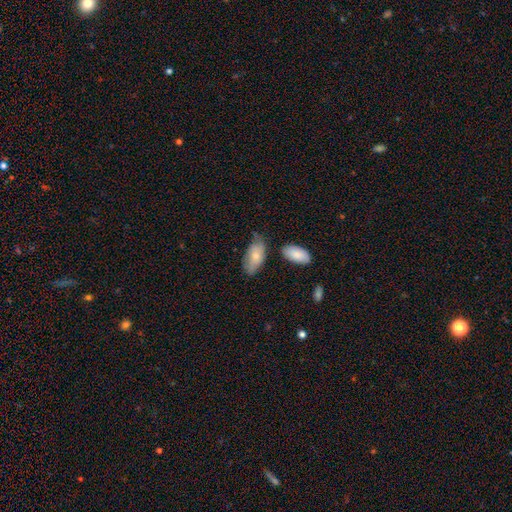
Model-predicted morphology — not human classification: smooth_or_featured: smooth (p=0.74) [alt: featured or disk p=0.20]
how_rounded: in between (p=0.92) [alt: cigar-shaped p=0.05]
merging: none (p=0.56) [alt: minor disturbance p=0.30]